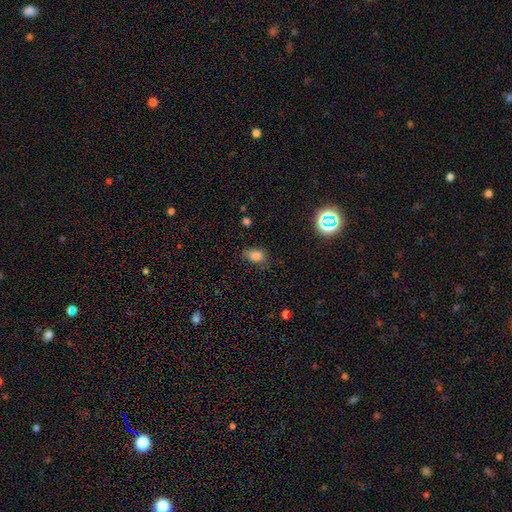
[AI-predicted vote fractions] Smooth or featured?
  - smooth: 81% *
  - star or artifact: 13%
  - featured or disk: 6%
How rounded?
  - in between: 77% *
  - round: 21%
  - cigar-shaped: 2%
Merging?
  - none: 62% *
  - minor disturbance: 28%
  - major disturbance: 8%
  - merger: 2%